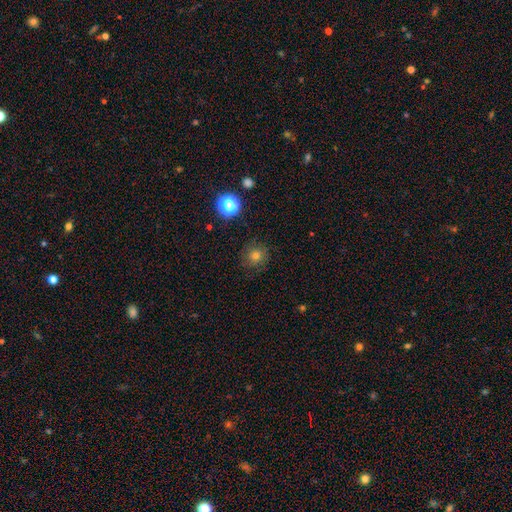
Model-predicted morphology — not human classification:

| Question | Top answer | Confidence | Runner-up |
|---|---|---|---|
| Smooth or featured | smooth | 72% | star or artifact (19%) |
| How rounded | round | 93% | in between (6%) |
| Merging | none | 87% | minor disturbance (9%) |